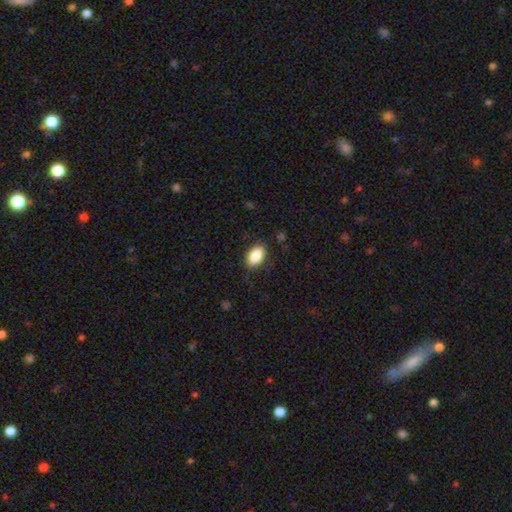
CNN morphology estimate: smooth_or_featured: smooth (p=0.87) [alt: star or artifact p=0.07]
how_rounded: in between (p=0.91) [alt: round p=0.07]
merging: none (p=0.82) [alt: minor disturbance p=0.13]